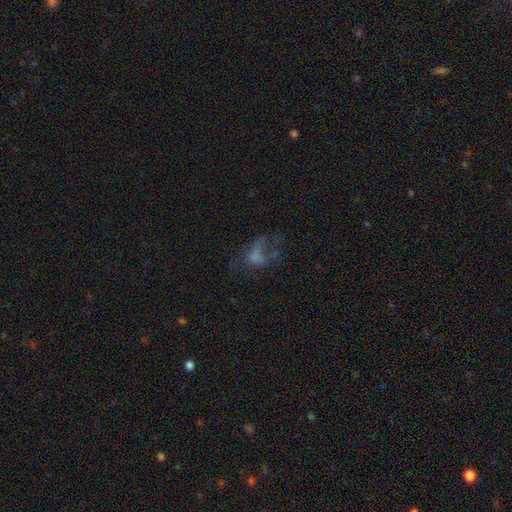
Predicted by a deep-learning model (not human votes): Q: Smooth or featured?
A: featured or disk (39%); runner-up: smooth (37%)
Q: Merging?
A: major disturbance (44%); runner-up: none (33%)